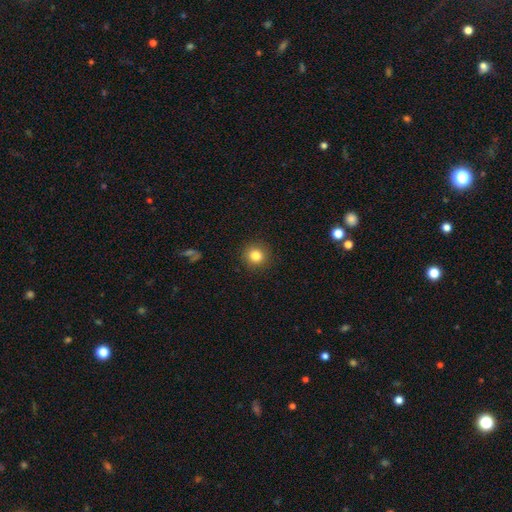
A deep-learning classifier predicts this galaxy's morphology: Overall: smooth (83%). How rounded: round (91%). Merging: none (91%).